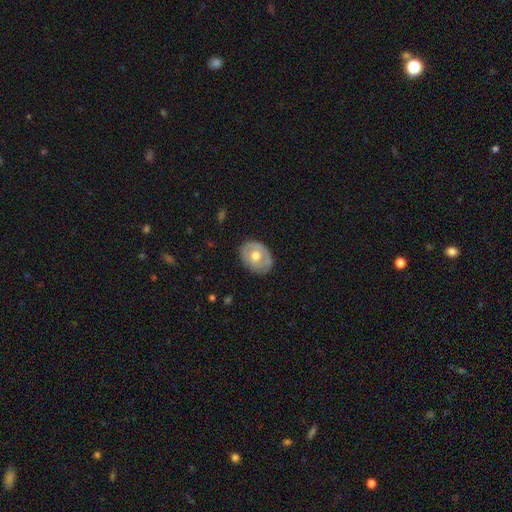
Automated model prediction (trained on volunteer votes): This is possibly a smooth galaxy (47%, tied with featured or disk). Merging: likely none (78%).